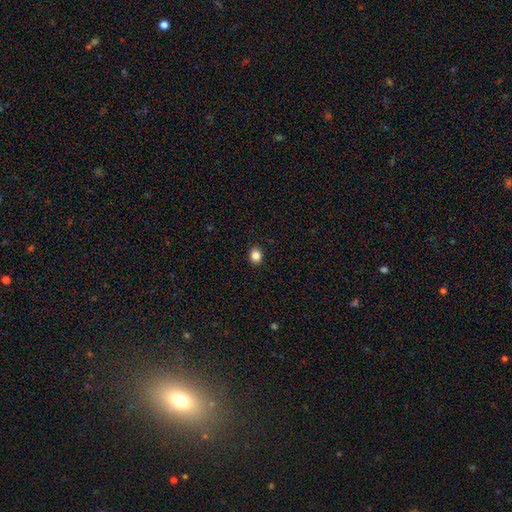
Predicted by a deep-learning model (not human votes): smooth_or_featured: smooth (p=0.86) [alt: star or artifact p=0.11]
how_rounded: round (p=0.64) [alt: in between p=0.36]
merging: none (p=0.91) [alt: minor disturbance p=0.06]